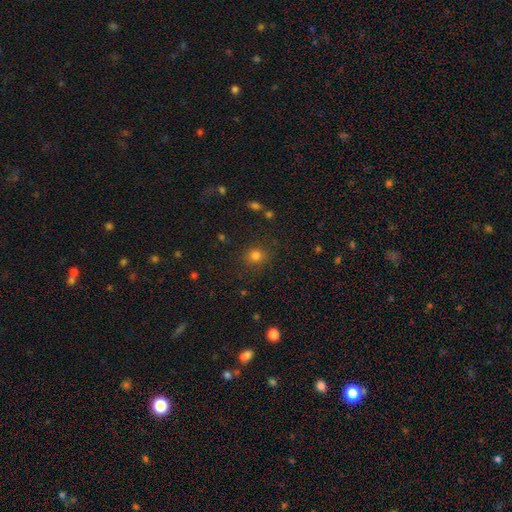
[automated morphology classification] type=smooth (79%); roundness=round (84%); merging=none (86%).